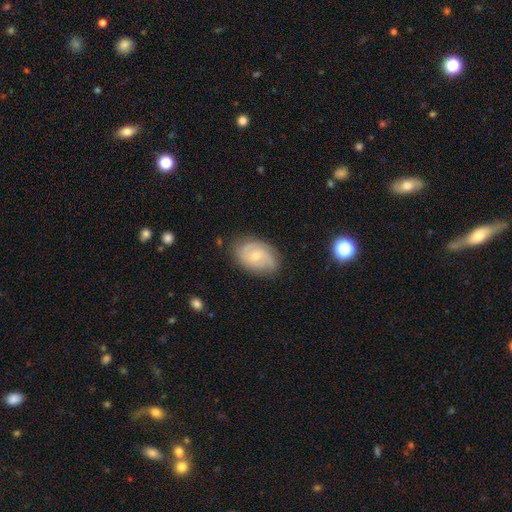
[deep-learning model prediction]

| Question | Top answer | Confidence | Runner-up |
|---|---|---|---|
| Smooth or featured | featured or disk | 67% | smooth (26%) |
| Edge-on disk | no | 96% | yes (4%) |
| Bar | no | 67% | weak (30%) |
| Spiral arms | yes | 89% | no (11%) |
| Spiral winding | tight | 47% | medium (39%) |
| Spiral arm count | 2 | 48% | can't tell (26%) |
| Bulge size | small | 60% | moderate (37%) |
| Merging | none | 76% | minor disturbance (18%) |